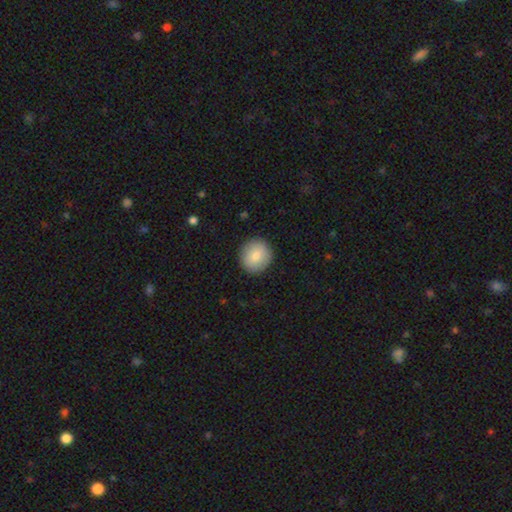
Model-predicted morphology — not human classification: A smooth galaxy with no disk features (82%) that is round (91%). Merging: none (90%).